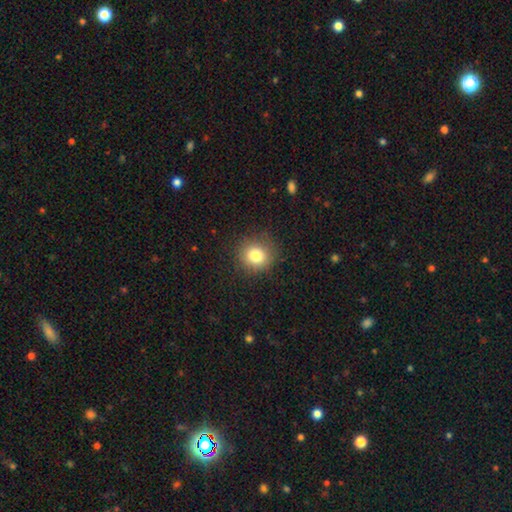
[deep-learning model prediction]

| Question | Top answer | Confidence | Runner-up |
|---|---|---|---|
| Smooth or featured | smooth | 81% | star or artifact (12%) |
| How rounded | round | 88% | in between (11%) |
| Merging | none | 87% | minor disturbance (9%) |